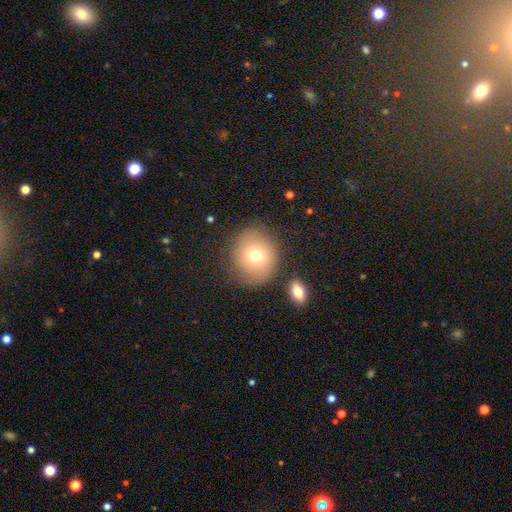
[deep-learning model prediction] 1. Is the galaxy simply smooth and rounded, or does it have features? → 72% smooth, 17% featured or disk, 12% star or artifact.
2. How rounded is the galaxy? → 86% round, 13% in between, 1% cigar-shaped.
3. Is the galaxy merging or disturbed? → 78% none, 12% minor disturbance, 5% merger, 5% major disturbance.